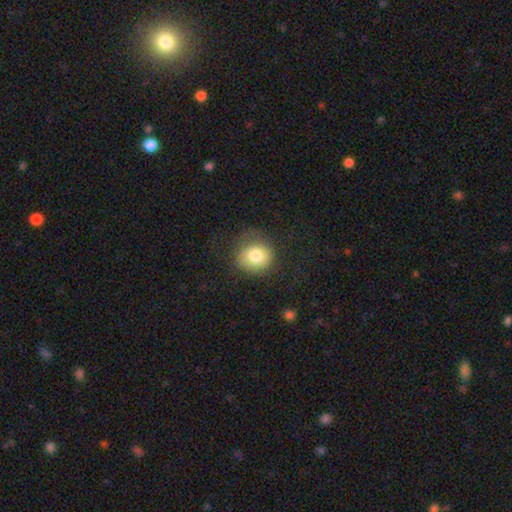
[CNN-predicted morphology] A smooth galaxy with no disk features (79%) that is round (80%).

Vote fractions:
- Smooth or featured? smooth: 79% / featured or disk: 12% / star or artifact: 9%
- How rounded? round: 80% / in between: 19% / cigar-shaped: 1%
- Merging? none: 66% / minor disturbance: 21% / major disturbance: 12% / merger: 1%